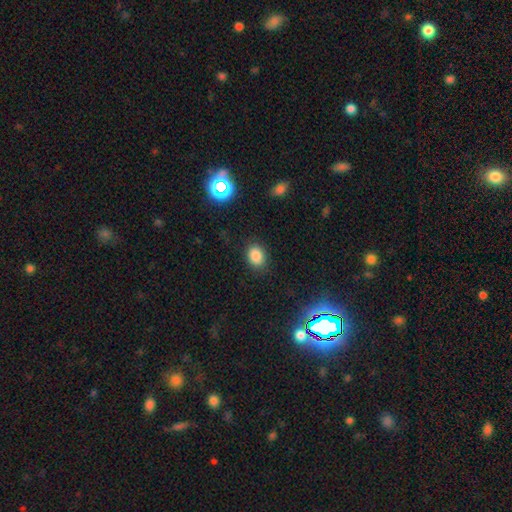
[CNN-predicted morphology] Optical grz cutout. It shows a smooth galaxy with no disk features (83%) that is in between round and cigar-shaped (61%). Merging: none (85%).